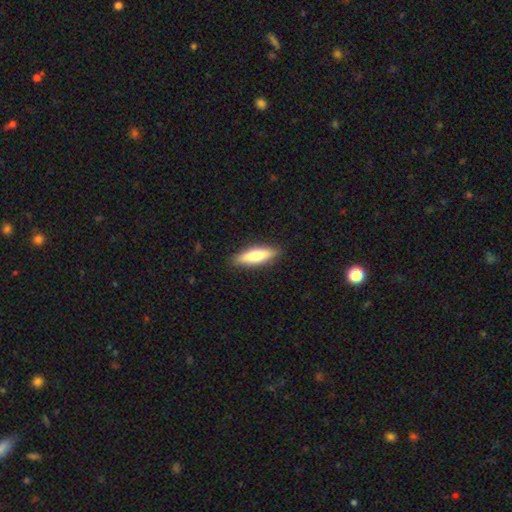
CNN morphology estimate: The model was most divided on "how rounded": cigar-shaped: 60%, in between: 38%, round: 2%. More confident: merging — none (88%); smooth or featured — smooth (71%).